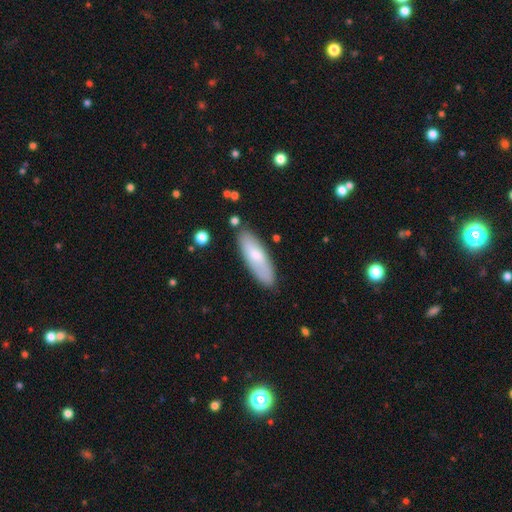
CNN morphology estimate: smooth-or-featured: smooth: 73% | featured or disk: 21% | star or artifact: 6%
  how-rounded: in between: 52% | cigar-shaped: 46% | round: 2%
  merging: none: 83% | minor disturbance: 12% | major disturbance: 3% | merger: 2%